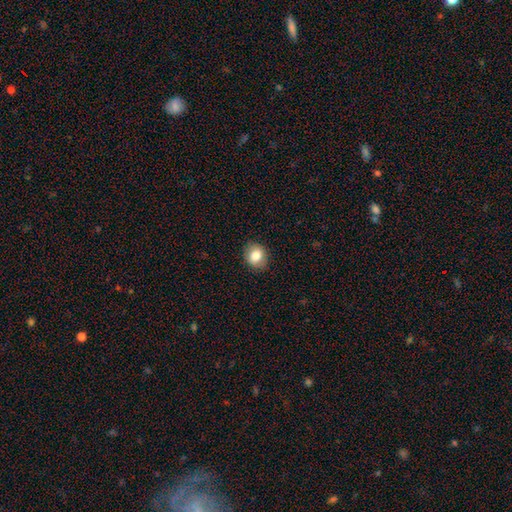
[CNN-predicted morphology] A smooth galaxy with no disk features (82%) that is round (59%). Merging: none (87%).